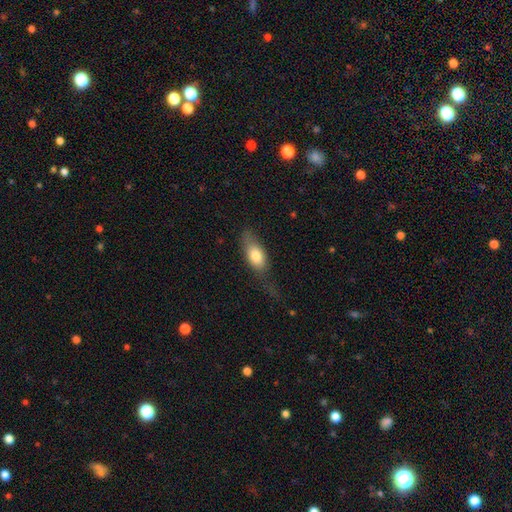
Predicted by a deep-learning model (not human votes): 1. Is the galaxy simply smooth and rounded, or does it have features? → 75% smooth, 18% featured or disk, 7% star or artifact.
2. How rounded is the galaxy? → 84% in between, 10% cigar-shaped, 6% round.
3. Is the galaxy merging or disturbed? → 43% none, 30% minor disturbance, 24% major disturbance, 3% merger.